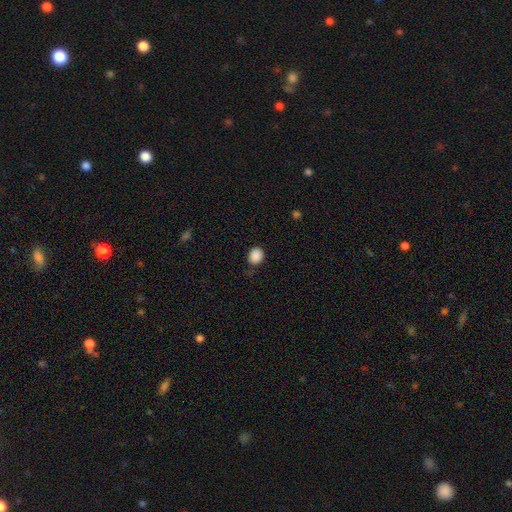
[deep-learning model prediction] This is clearly a smooth galaxy (88%). How rounded: likely round (74%). Merging: likely none (78%).